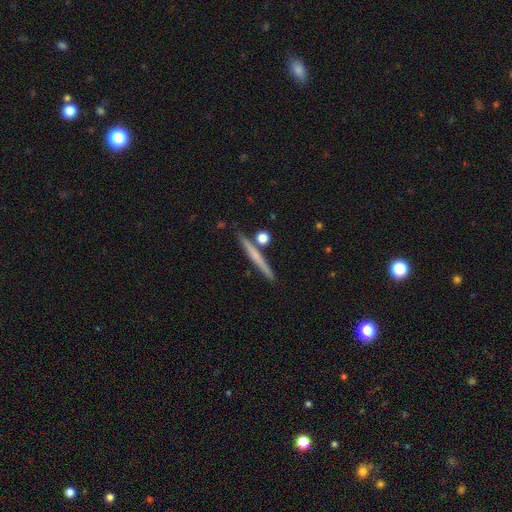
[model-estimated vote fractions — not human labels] Q: Smooth or featured?
A: smooth (50%); runner-up: featured or disk (43%)
Q: How rounded?
A: cigar-shaped (95%); runner-up: in between (3%)
Q: Merging?
A: none (83%); runner-up: minor disturbance (9%)